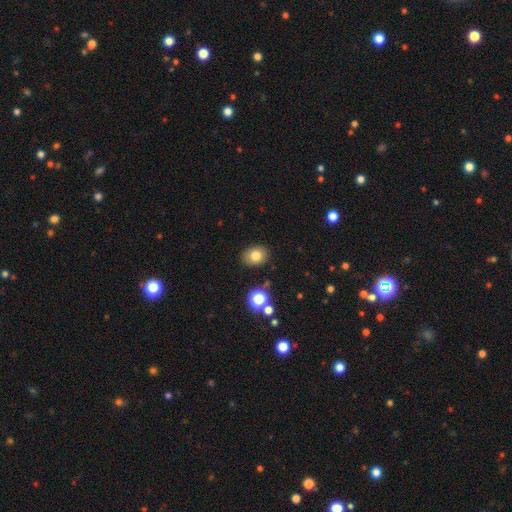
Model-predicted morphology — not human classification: smooth-or-featured: smooth: 79% | star or artifact: 12% | featured or disk: 10%
  how-rounded: in between: 50% | round: 49% | cigar-shaped: 1%
  merging: none: 86% | minor disturbance: 9% | major disturbance: 3% | merger: 2%